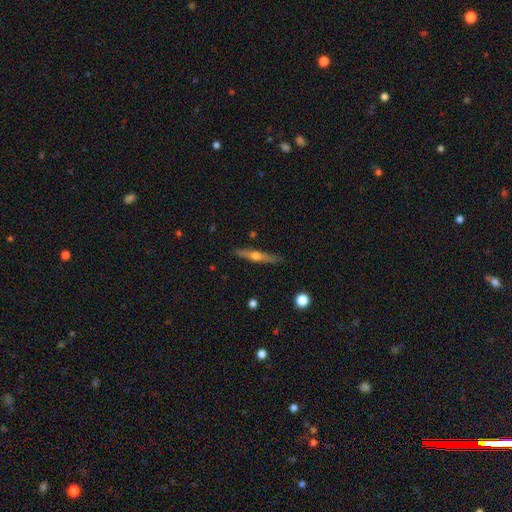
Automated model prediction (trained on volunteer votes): Overall: featured or disk (60%; smooth 34%). Edge-on disk: yes (96%). Edge-on bulge: rounded (90%). Merging: none (86%).